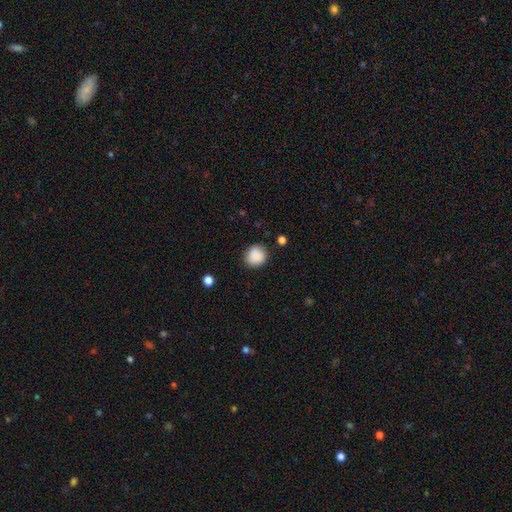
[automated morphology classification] Smooth or featured: smooth — 88% (star or artifact — 8%)
How rounded: round — 85% (in between — 15%)
Merging: none — 84% (minor disturbance — 11%)